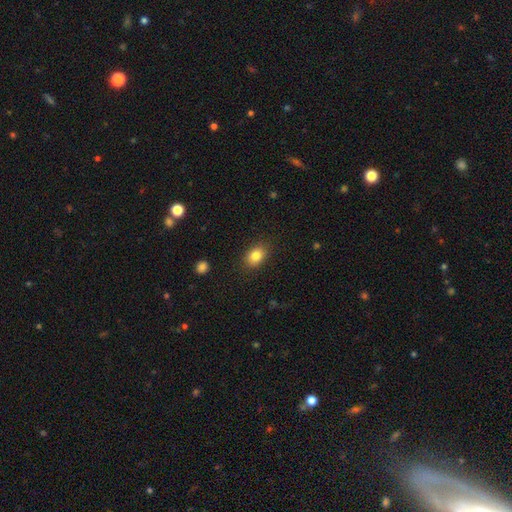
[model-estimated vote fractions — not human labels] A smooth galaxy with no disk features (83%) that is in between round and cigar-shaped (75%). Merging: none (86%).